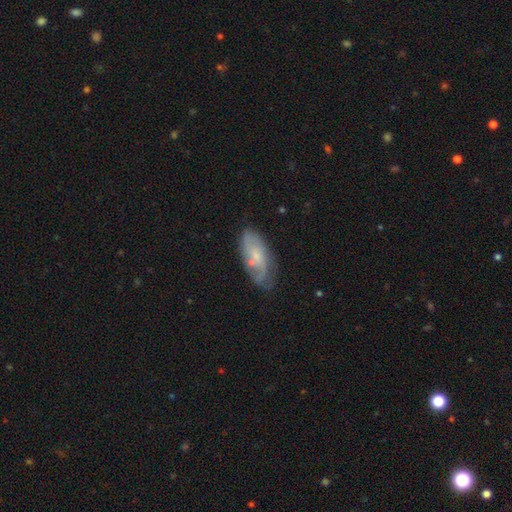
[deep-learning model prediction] Q: Smooth or featured?
A: featured or disk (55%); runner-up: smooth (38%)
Q: Edge-on disk?
A: no (91%); runner-up: yes (9%)
Q: Merging?
A: none (63%); runner-up: minor disturbance (26%)